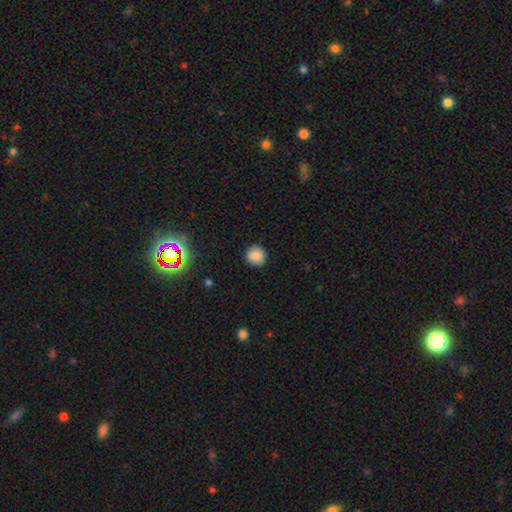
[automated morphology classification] This is clearly a smooth galaxy (85%). How rounded: clearly round (88%). Merging: clearly none (87%).